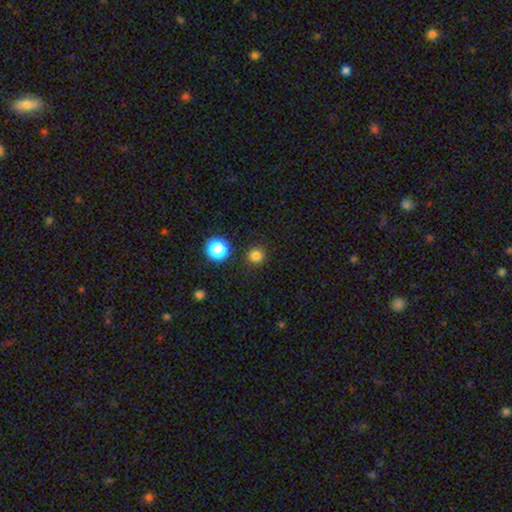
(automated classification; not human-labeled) smooth-or-featured: smooth: 80% | star or artifact: 16% | featured or disk: 4%
  how-rounded: round: 94% | in between: 5% | cigar-shaped: 1%
  merging: none: 89% | minor disturbance: 6% | major disturbance: 2% | merger: 2%